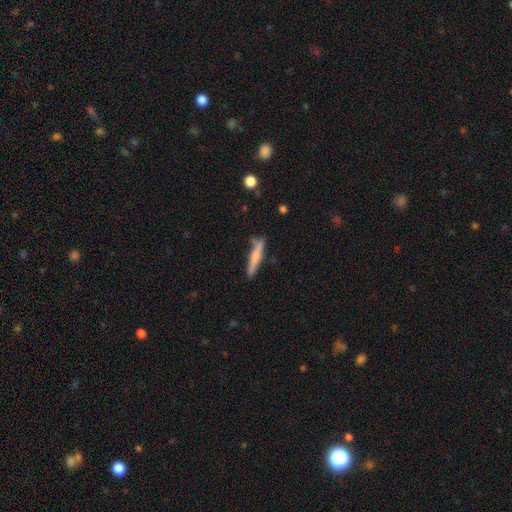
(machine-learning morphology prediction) This appears to be a smooth galaxy with no disk features (62%) that is cigar-shaped (93%). Merging: none (75%).